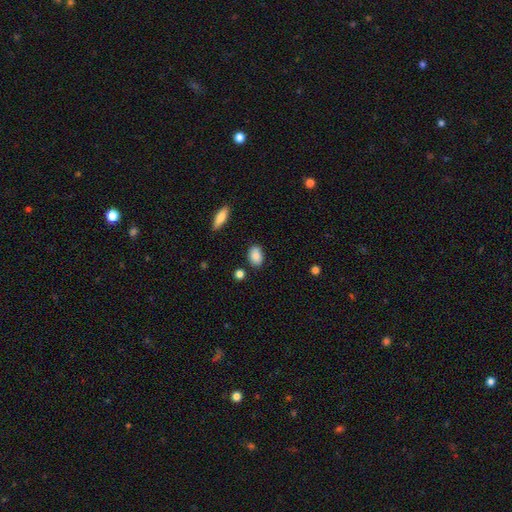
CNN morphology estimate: smooth-or-featured: smooth: 87% | star or artifact: 8% | featured or disk: 5%
  how-rounded: in between: 83% | round: 15% | cigar-shaped: 2%
  merging: none: 83% | minor disturbance: 12% | merger: 3% | major disturbance: 3%